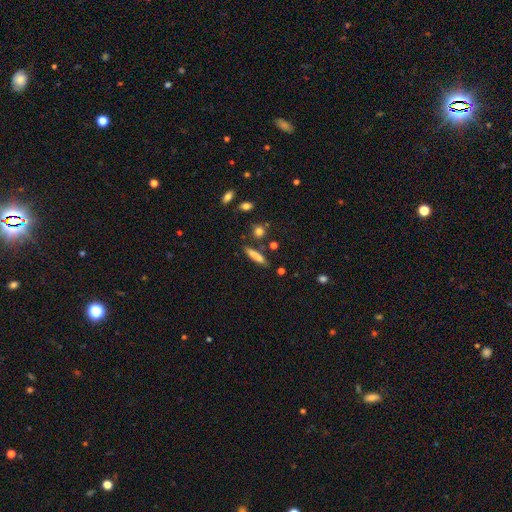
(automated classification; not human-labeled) Smooth or featured? smooth (79%)
How rounded? cigar-shaped (84%)
Merging? none (83%)